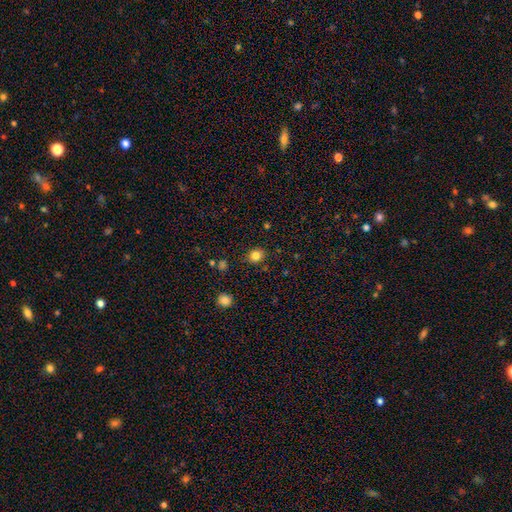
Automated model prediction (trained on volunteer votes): Smooth or featured?
  - smooth: 82% *
  - star or artifact: 13%
  - featured or disk: 5%
How rounded?
  - round: 75% *
  - in between: 24%
  - cigar-shaped: 1%
Merging?
  - none: 87% *
  - minor disturbance: 9%
  - major disturbance: 3%
  - merger: 2%